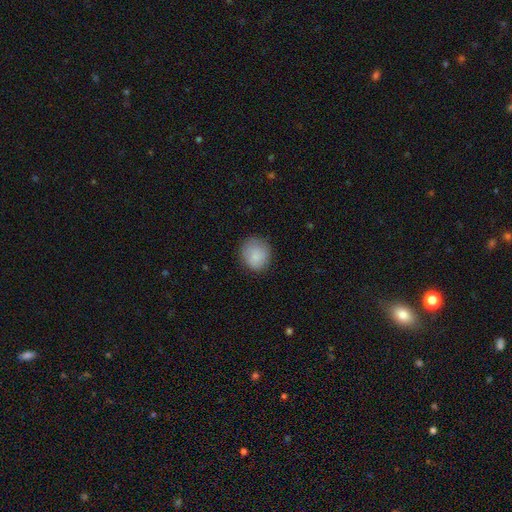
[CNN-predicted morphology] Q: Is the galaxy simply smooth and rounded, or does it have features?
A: smooth — 85%.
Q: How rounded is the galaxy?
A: round — 80%.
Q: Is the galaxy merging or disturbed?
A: none — 79%.